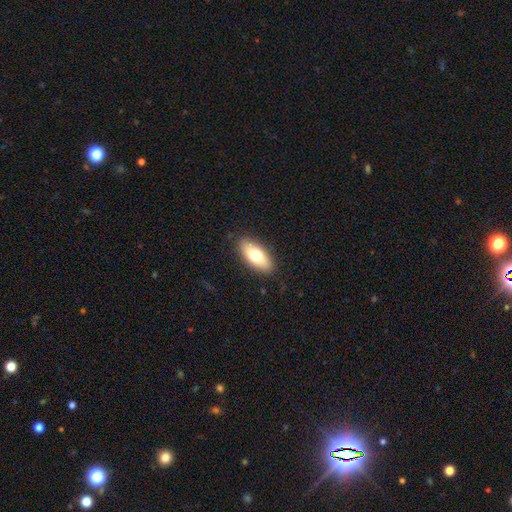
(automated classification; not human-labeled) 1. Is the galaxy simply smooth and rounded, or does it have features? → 74% smooth, 20% featured or disk, 6% star or artifact.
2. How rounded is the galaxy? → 84% in between, 14% cigar-shaped, 3% round.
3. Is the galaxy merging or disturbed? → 88% none, 9% minor disturbance, 2% major disturbance, 1% merger.